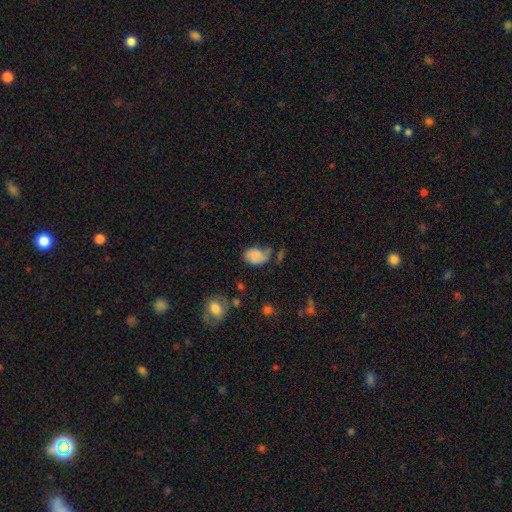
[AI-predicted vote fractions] A smooth galaxy with no disk features (75%) that is in between round and cigar-shaped (81%). Merging: none (35%).